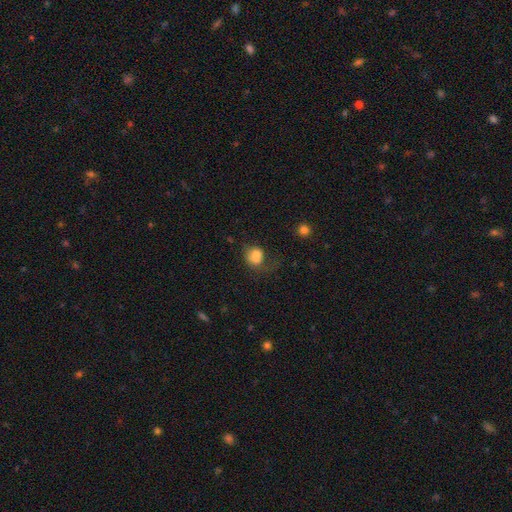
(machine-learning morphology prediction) Overall: smooth (77%). How rounded: round (69%; in between 30%). Merging: none (38%; major disturbance 30%).